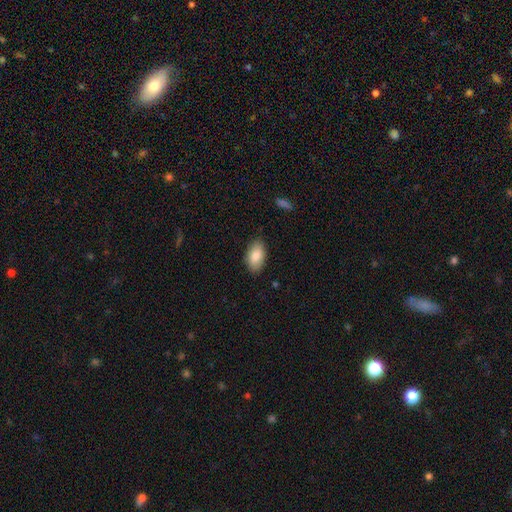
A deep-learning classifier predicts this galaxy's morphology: Smooth or featured? Predicted: smooth (p=0.85). How rounded? Predicted: in between (p=0.94). Merging? Predicted: none (p=0.85).